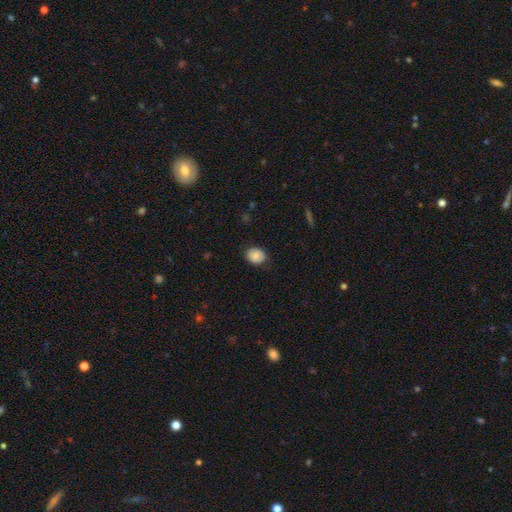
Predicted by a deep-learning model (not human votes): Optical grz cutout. It shows a smooth galaxy with no disk features (85%) that is round (52%). Merging: none (77%).